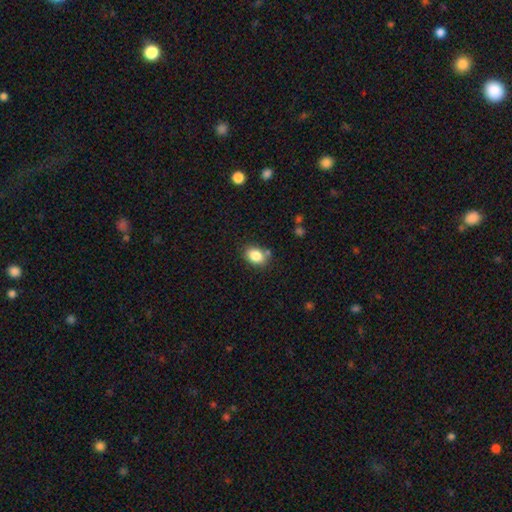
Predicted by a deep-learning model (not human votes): A smooth galaxy with no disk features (85%) that is in between round and cigar-shaped (71%).

Vote fractions:
- Smooth or featured? smooth: 85% / star or artifact: 9% / featured or disk: 7%
- How rounded? in between: 71% / round: 27% / cigar-shaped: 1%
- Merging? none: 75% / minor disturbance: 15% / merger: 7% / major disturbance: 4%